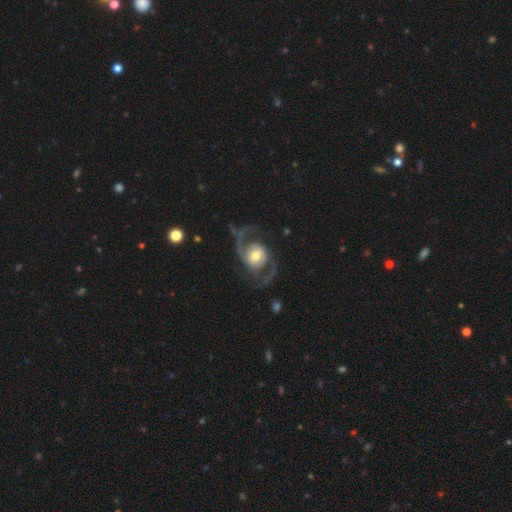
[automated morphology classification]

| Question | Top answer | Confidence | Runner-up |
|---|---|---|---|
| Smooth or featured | featured or disk | 89% | smooth (7%) |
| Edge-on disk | no | 98% | yes (2%) |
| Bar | no | 58% | weak (30%) |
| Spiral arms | yes | 96% | no (4%) |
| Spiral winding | loose | 49% | medium (41%) |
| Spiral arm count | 2 | 92% | 1 (2%) |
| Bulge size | moderate | 62% | large (18%) |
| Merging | none | 70% | major disturbance (14%) |